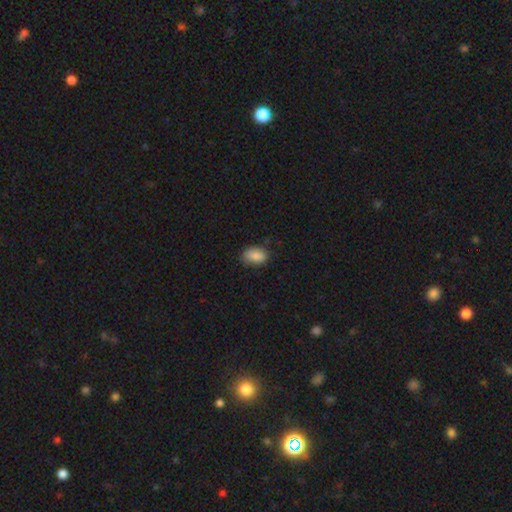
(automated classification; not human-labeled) A smooth galaxy with no disk features (88%) that is in between round and cigar-shaped (88%).

Vote fractions:
- Smooth or featured? smooth: 88% / star or artifact: 8% / featured or disk: 5%
- How rounded? in between: 88% / round: 10% / cigar-shaped: 2%
- Merging? none: 74% / minor disturbance: 21% / major disturbance: 4% / merger: 1%